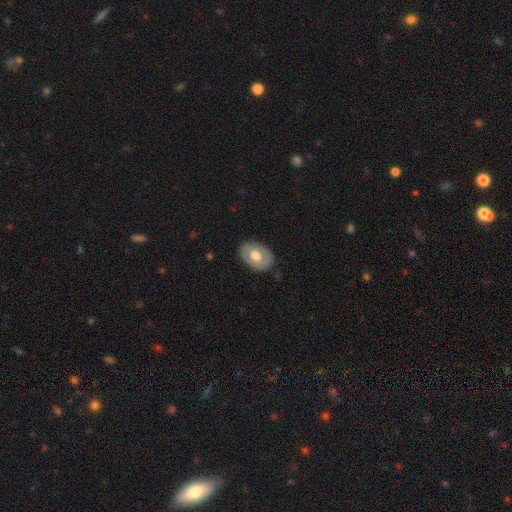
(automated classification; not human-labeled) smooth-or-featured: smooth: 59% | featured or disk: 35% | star or artifact: 6%
  how-rounded: in between: 80% | round: 19% | cigar-shaped: 1%
  merging: none: 84% | minor disturbance: 12% | major disturbance: 3% | merger: 1%